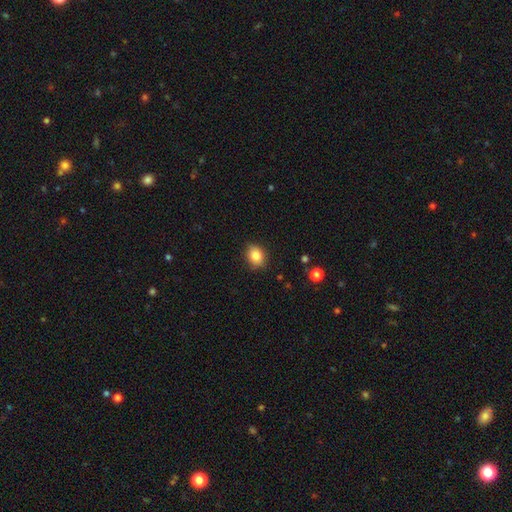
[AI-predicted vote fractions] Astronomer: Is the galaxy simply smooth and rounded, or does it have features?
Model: smooth — 84%.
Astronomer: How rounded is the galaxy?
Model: in between — 53% (runner-up: round, 46%).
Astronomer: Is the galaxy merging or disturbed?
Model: none — 83%.